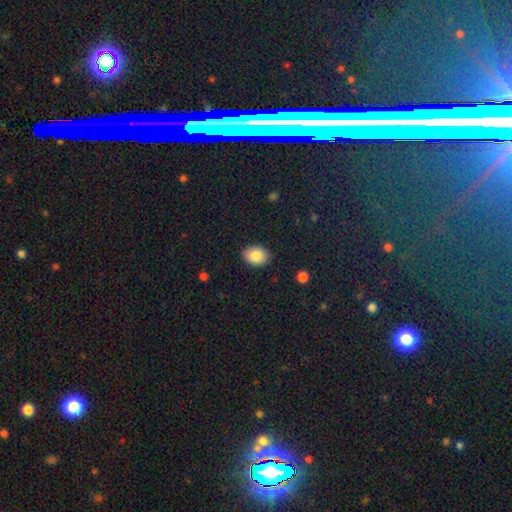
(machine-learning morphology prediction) smooth-or-featured: smooth: 87% | star or artifact: 7% | featured or disk: 6%
  how-rounded: in between: 75% | round: 24% | cigar-shaped: 1%
  merging: none: 87% | minor disturbance: 10% | major disturbance: 2% | merger: 1%